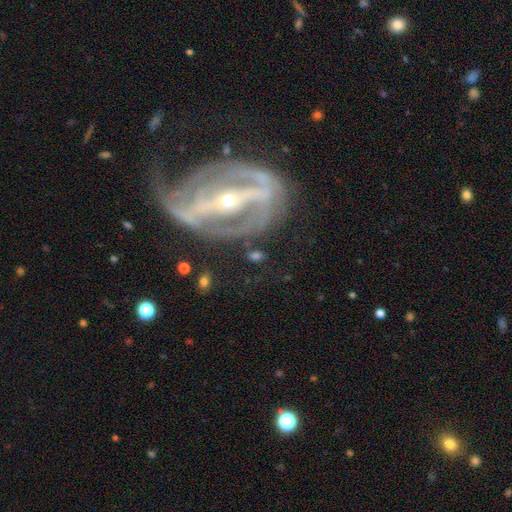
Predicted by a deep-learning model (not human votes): A featured or disk galaxy (81%) with a strong bar (66%), 2 (75%) medium (42%) spiral arms (77%) and a small central bulge (66%).

Vote fractions:
- Smooth or featured? featured or disk: 81% / smooth: 11% / star or artifact: 8%
- Edge-on disk? no: 90% / yes: 10%
- Bar? strong: 66% / weak: 18% / no: 15%
- Spiral arms? yes: 77% / no: 23%
- Spiral winding? medium: 42% / tight: 41% / loose: 17%
- Spiral arm count? 2: 75% / can't tell: 11% / 3: 5% / 1: 3% / 4: 3% / more than 4: 3%
- Bulge size? small: 66% / moderate: 29% / large: 2% / dominant: 1% / none: 1%
- Merging? none: 66% / minor disturbance: 17% / major disturbance: 11% / merger: 6%